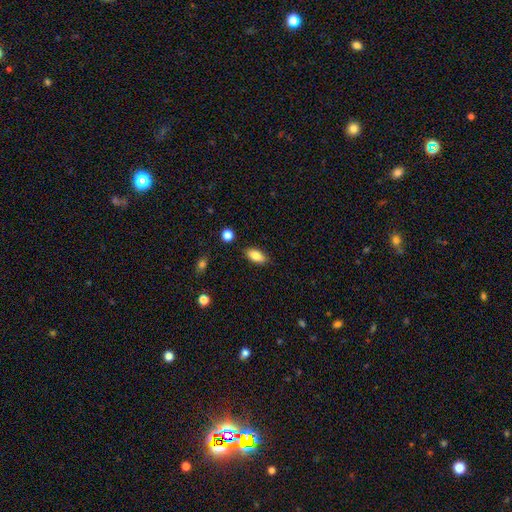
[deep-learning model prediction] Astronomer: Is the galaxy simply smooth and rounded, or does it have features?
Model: smooth — 83%.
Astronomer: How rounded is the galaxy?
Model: in between — 87%.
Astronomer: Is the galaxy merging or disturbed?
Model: none — 85%.